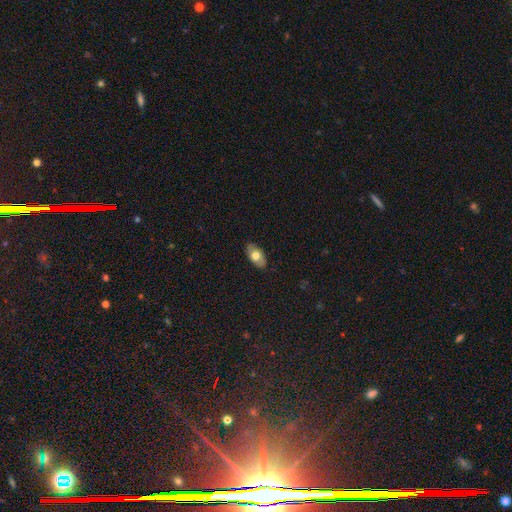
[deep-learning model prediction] Smooth or featured: smooth — 65% (featured or disk — 28%)
How rounded: in between — 92% (round — 5%)
Merging: none — 85% (minor disturbance — 12%)